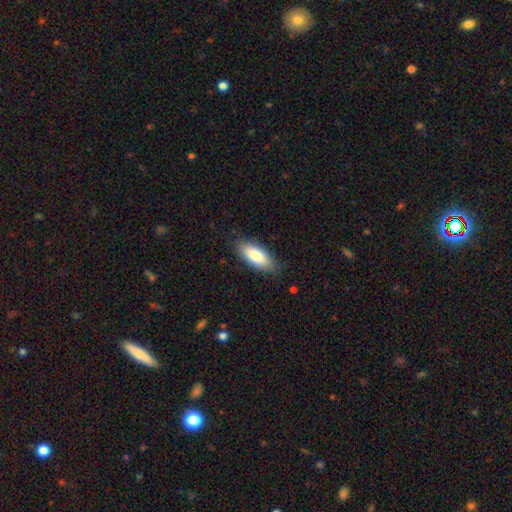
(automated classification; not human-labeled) A smooth galaxy with no disk features (85%) that is in between round and cigar-shaped (84%).

Vote fractions:
- Smooth or featured? smooth: 85% / featured or disk: 9% / star or artifact: 6%
- How rounded? in between: 84% / cigar-shaped: 14% / round: 2%
- Merging? none: 84% / minor disturbance: 13% / major disturbance: 3% / merger: 1%